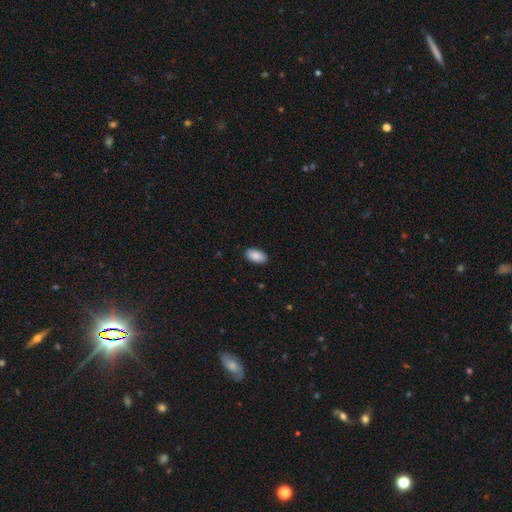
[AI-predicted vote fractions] This appears to be a smooth galaxy with no disk features (89%) that is in between round and cigar-shaped (95%). Merging: none (89%).